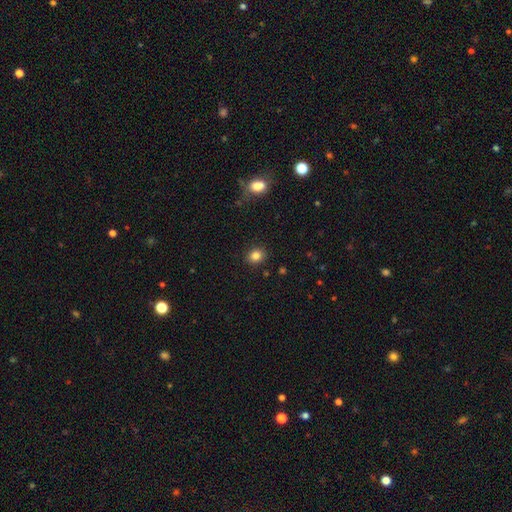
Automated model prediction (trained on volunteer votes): smooth-or-featured: smooth: 83% | star or artifact: 11% | featured or disk: 6%
  how-rounded: round: 70% | in between: 29% | cigar-shaped: 1%
  merging: none: 89% | minor disturbance: 7% | major disturbance: 2% | merger: 1%